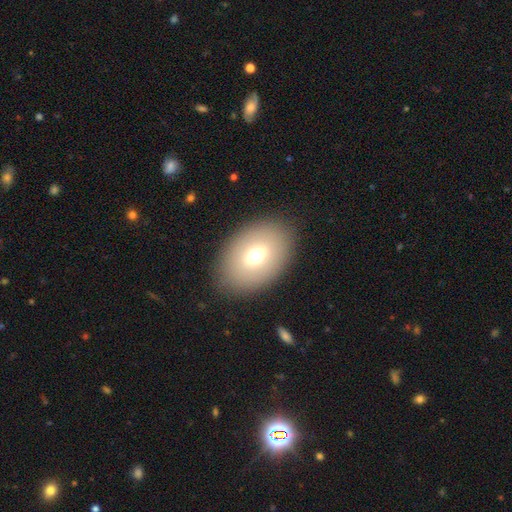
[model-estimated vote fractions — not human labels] The model was most divided on "smooth or featured": smooth: 68%, featured or disk: 22%, star or artifact: 10%. More confident: merging — none (86%); how rounded — in between (80%).